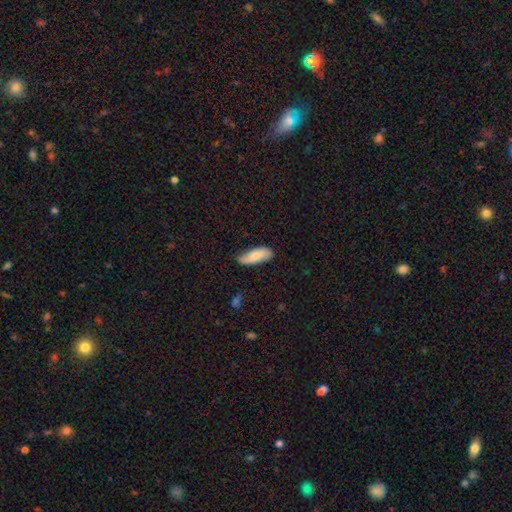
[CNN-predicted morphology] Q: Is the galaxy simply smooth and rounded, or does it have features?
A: smooth — 74%.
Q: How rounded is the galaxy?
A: in between — 69%.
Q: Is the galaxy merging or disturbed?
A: none — 74%.